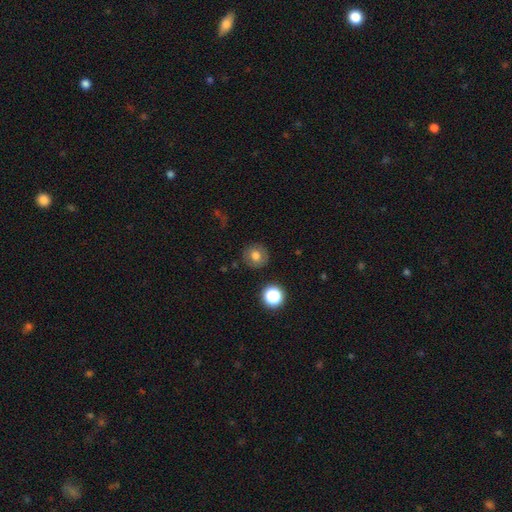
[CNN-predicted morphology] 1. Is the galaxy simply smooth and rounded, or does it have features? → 71% smooth, 16% featured or disk, 12% star or artifact.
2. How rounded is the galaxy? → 90% round, 9% in between, 1% cigar-shaped.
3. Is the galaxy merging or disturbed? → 86% none, 9% minor disturbance, 3% major disturbance, 2% merger.